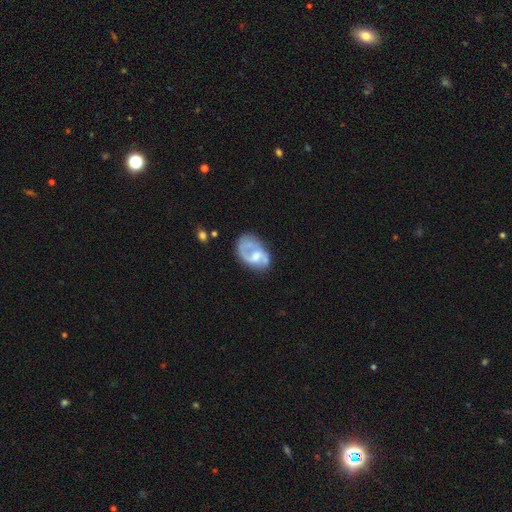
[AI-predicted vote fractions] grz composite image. It shows a featured or disk galaxy (67%) with no bar (50%), spiral arms (72%) and a moderate central bulge (49%). Merging: none (46%).